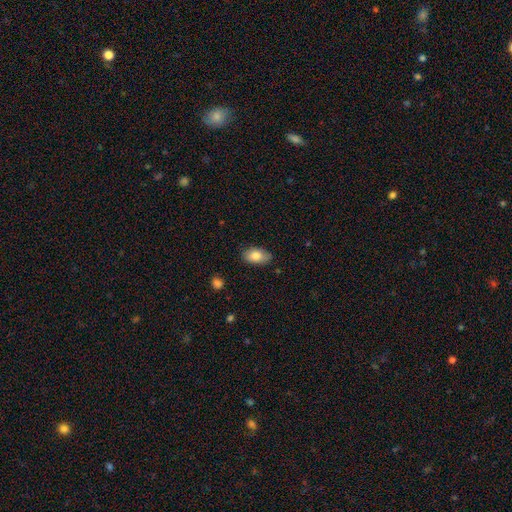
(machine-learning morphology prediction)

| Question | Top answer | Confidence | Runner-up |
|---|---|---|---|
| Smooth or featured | smooth | 83% | featured or disk (10%) |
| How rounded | in between | 92% | round (5%) |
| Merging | none | 80% | minor disturbance (16%) |